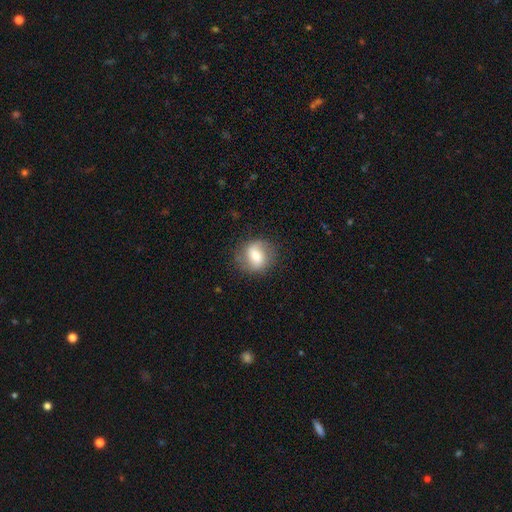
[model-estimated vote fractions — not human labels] This appears to be a smooth galaxy with no disk features (57%) that is round (69%). Merging: none (79%).